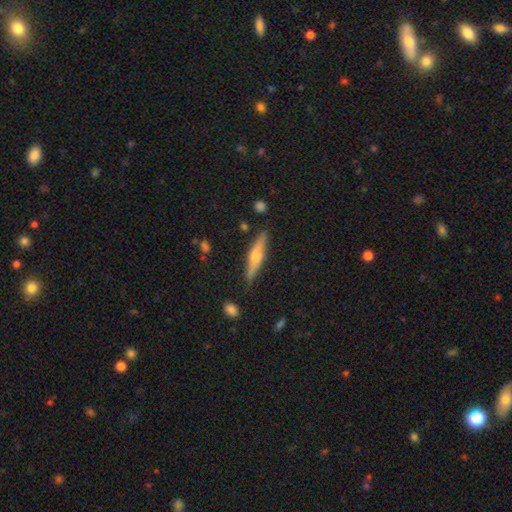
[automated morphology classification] Q: Smooth or featured?
A: featured or disk (59%); runner-up: smooth (34%)
Q: Edge-on disk?
A: yes (95%); runner-up: no (5%)
Q: Edge-on bulge?
A: rounded (90%); runner-up: boxy (5%)
Q: Merging?
A: none (85%); runner-up: minor disturbance (10%)